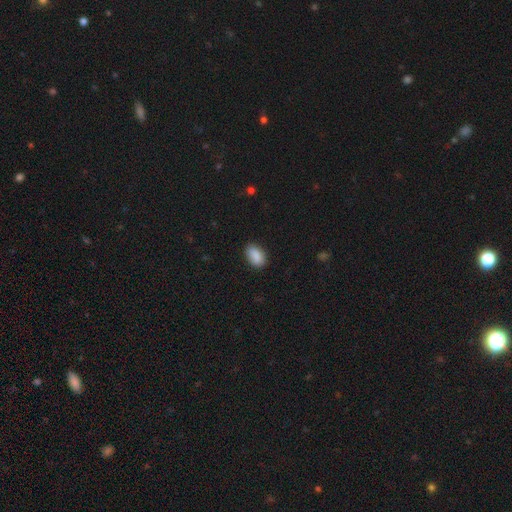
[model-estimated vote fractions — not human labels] This appears to be a smooth galaxy with no disk features (87%) that is in between round and cigar-shaped (88%). Merging: none (83%).